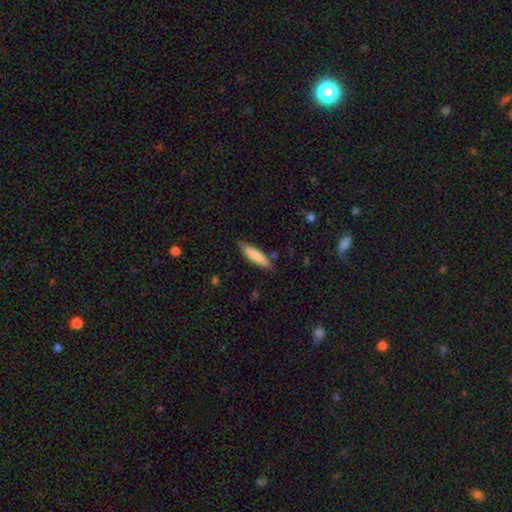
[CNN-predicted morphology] type=smooth (82%); roundness=cigar-shaped (69%); merging=none (81%).